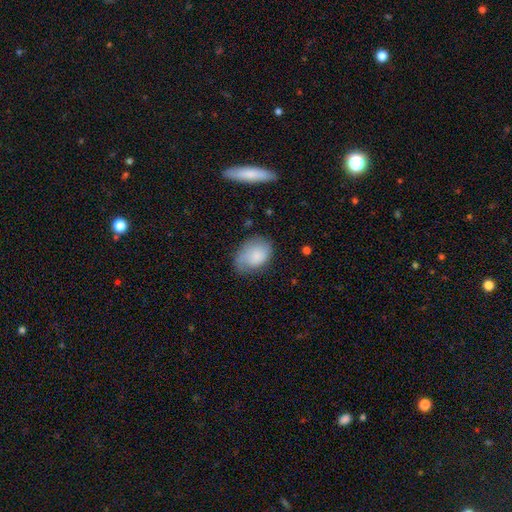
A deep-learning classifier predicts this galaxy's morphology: A smooth galaxy with no disk features (77%) that is in between round and cigar-shaped (75%). Merging: none (48%).